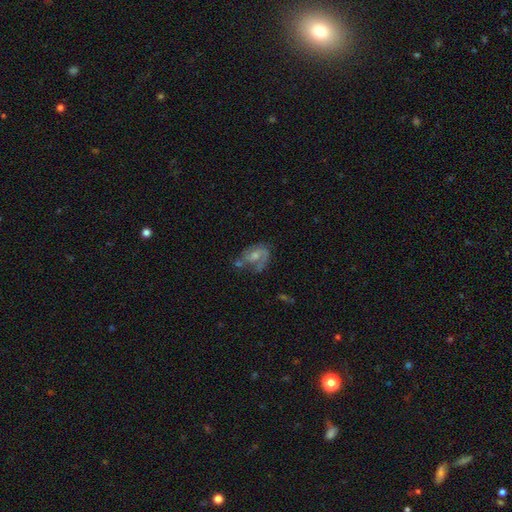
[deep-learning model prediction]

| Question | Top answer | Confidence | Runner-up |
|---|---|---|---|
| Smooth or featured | featured or disk | 64% | smooth (28%) |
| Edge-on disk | no | 97% | yes (3%) |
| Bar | no | 58% | weak (35%) |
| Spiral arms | yes | 79% | no (21%) |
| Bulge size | moderate | 48% | small (36%) |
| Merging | none | 38% | minor disturbance (25%) |